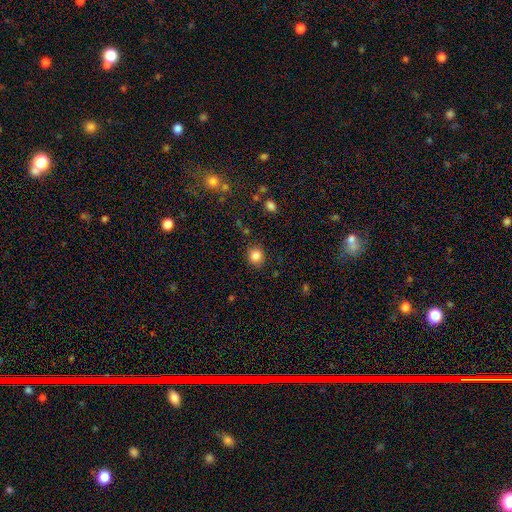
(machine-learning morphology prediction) A smooth galaxy with no disk features (85%) that is round (86%). Merging: none (87%).